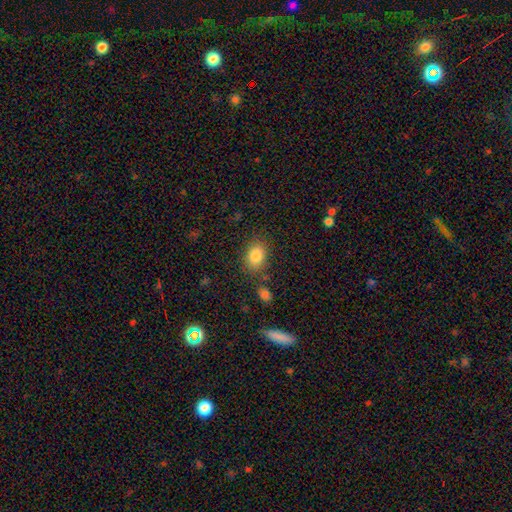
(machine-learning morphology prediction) This is clearly a smooth galaxy (86%). How rounded: likely in between (78%). Merging: likely none (79%).